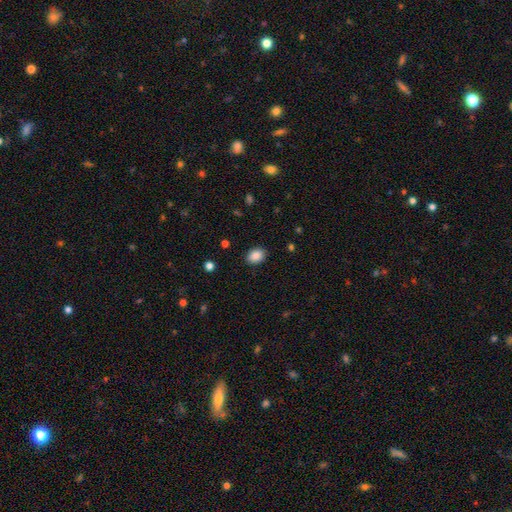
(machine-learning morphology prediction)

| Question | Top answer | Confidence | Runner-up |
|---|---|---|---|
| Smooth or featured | smooth | 88% | star or artifact (8%) |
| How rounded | in between | 71% | round (28%) |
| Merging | none | 88% | minor disturbance (9%) |